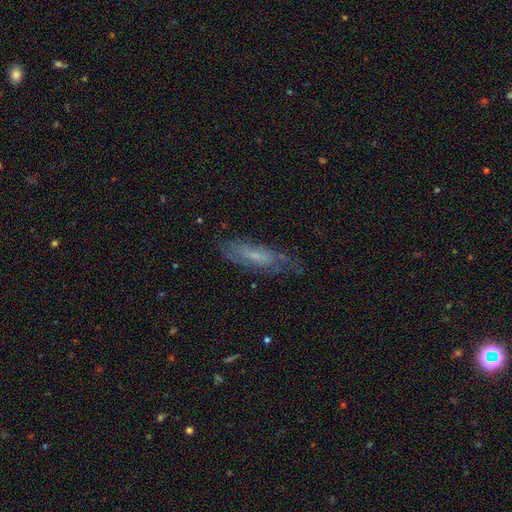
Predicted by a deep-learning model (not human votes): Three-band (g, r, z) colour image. It shows a featured or disk galaxy (56%). Merging: none (68%).